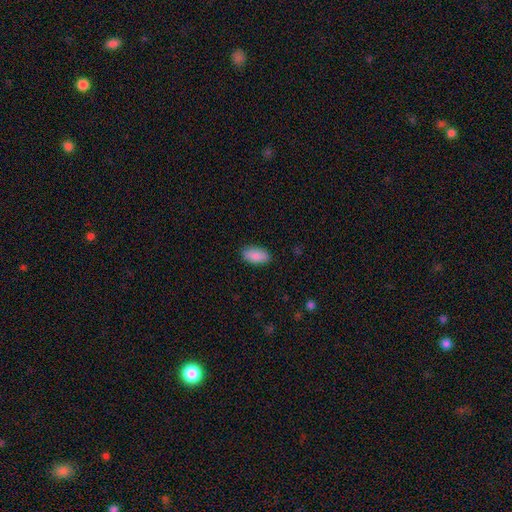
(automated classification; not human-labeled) smooth 89%, star or artifact 6%, featured or disk 5%. Down the decision tree: how rounded — in between (92%); merging — none (88%).